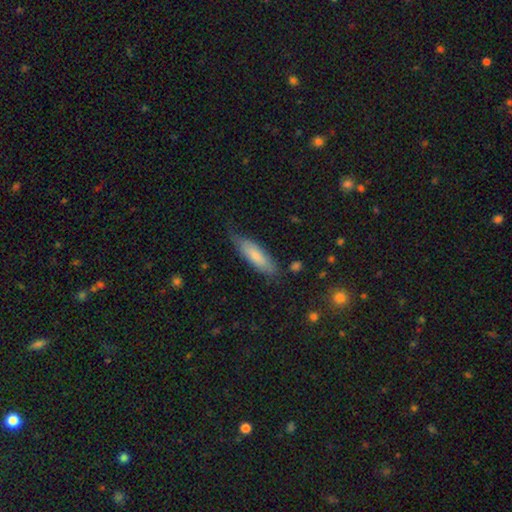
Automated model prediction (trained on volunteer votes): This appears to be a smooth galaxy with no disk features (74%) that is cigar-shaped (53%). Merging: none (63%).